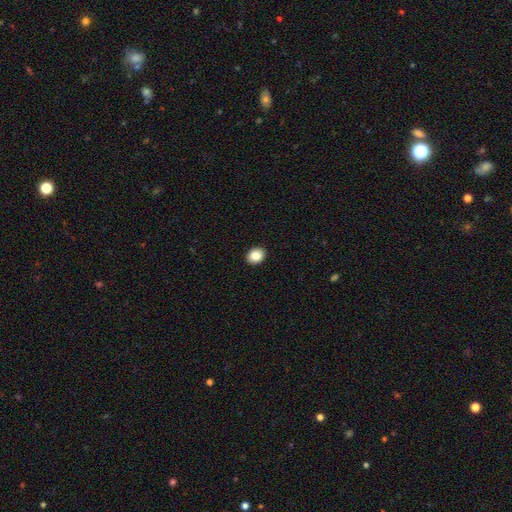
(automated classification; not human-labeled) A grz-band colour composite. It shows a smooth galaxy with no disk features (86%) that is round (56%). Merging: none (92%).